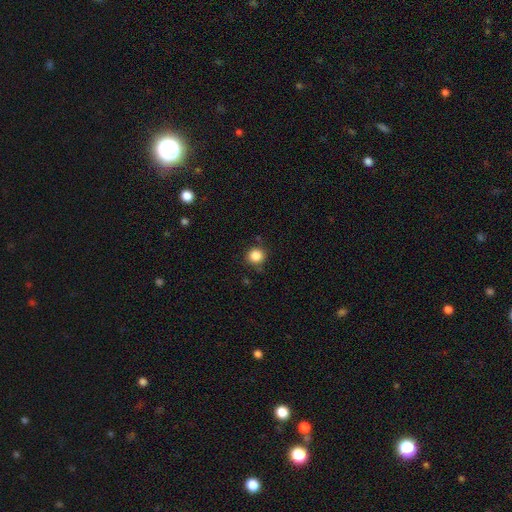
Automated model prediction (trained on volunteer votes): Smooth or featured? smooth (86%)
How rounded? round (92%)
Merging? none (83%)